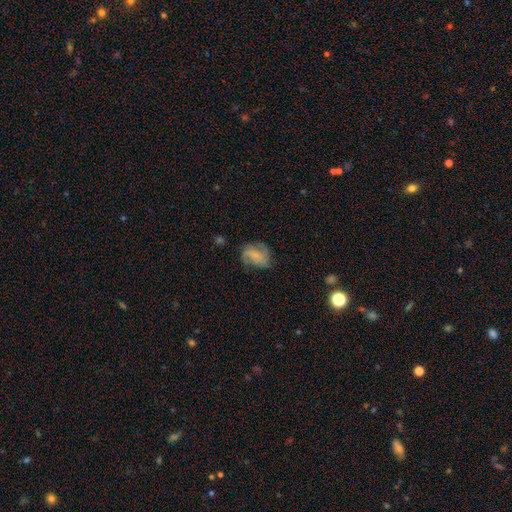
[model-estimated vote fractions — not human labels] smooth_or_featured: featured or disk (p=0.59) [alt: smooth p=0.32]
disk_edge_on: no (p=0.98) [alt: yes p=0.02]
bar: no (p=0.60) [alt: weak p=0.33]
has_spiral_arms: yes (p=0.87) [alt: no p=0.13]
bulge_size: small (p=0.55) [alt: none p=0.27]
merging: none (p=0.55) [alt: minor disturbance p=0.25]